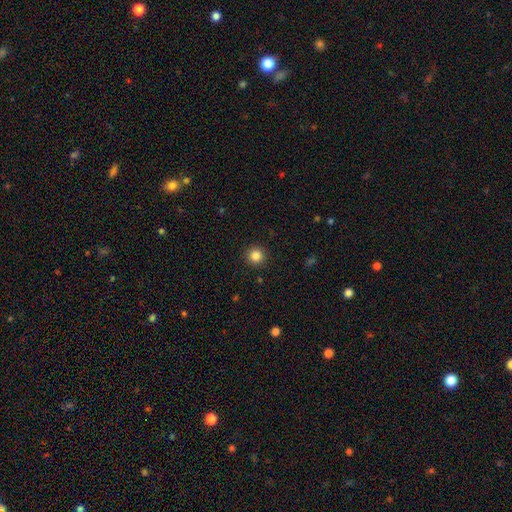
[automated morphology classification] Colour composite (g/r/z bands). It shows a smooth galaxy with no disk features (84%) that is round (95%). Merging: none (92%).